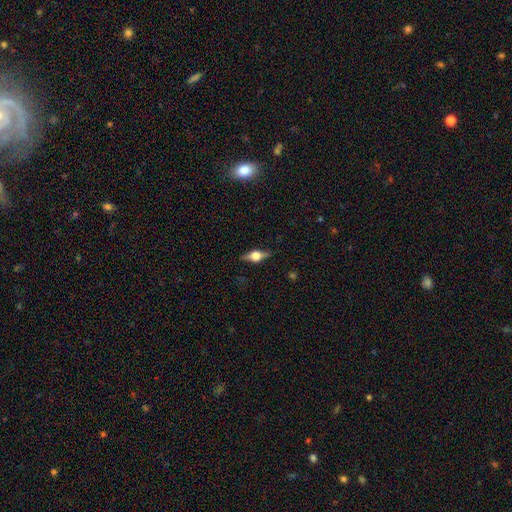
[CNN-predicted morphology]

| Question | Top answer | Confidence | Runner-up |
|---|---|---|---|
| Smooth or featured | featured or disk | 66% | smooth (27%) |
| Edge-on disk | yes | 95% | no (5%) |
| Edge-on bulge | rounded | 94% | boxy (5%) |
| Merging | none | 87% | minor disturbance (10%) |